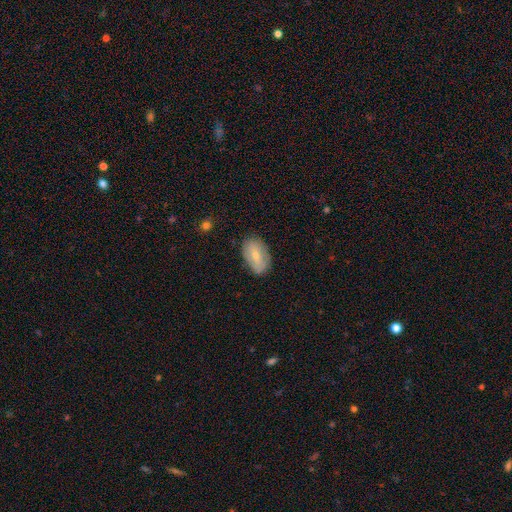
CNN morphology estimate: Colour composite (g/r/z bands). It shows a smooth galaxy with no disk features (64%) that is in between round and cigar-shaped (91%). Merging: none (79%).